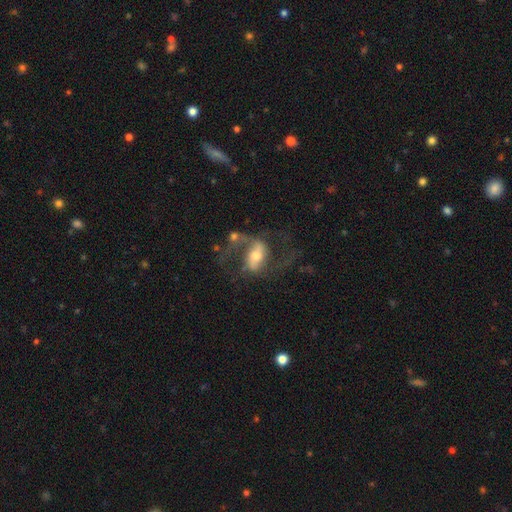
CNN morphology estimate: A featured or disk galaxy (80%) with a strong bar (40%), 2 (87%) loose (56%) spiral arms (90%) and a moderate central bulge (60%). Merging: none (48%).